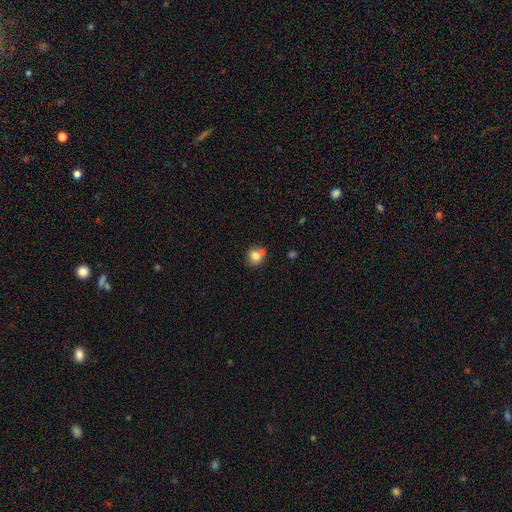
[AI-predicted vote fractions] This is likely a smooth galaxy (77%). How rounded: likely round (78%). Merging: possibly none (57%).